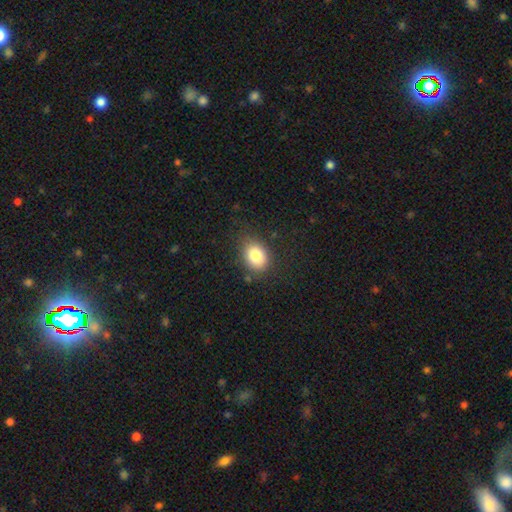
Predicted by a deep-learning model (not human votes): Smooth or featured? smooth (81%)
How rounded? in between (61%)
Merging? none (80%)